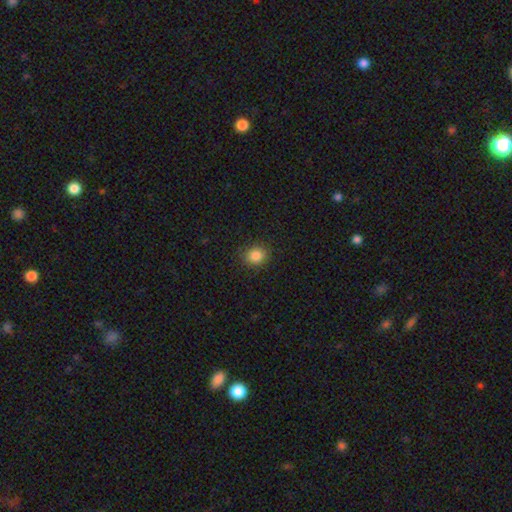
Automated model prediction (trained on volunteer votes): Q: Smooth or featured?
A: smooth (85%); runner-up: star or artifact (10%)
Q: How rounded?
A: round (70%); runner-up: in between (29%)
Q: Merging?
A: none (88%); runner-up: minor disturbance (9%)